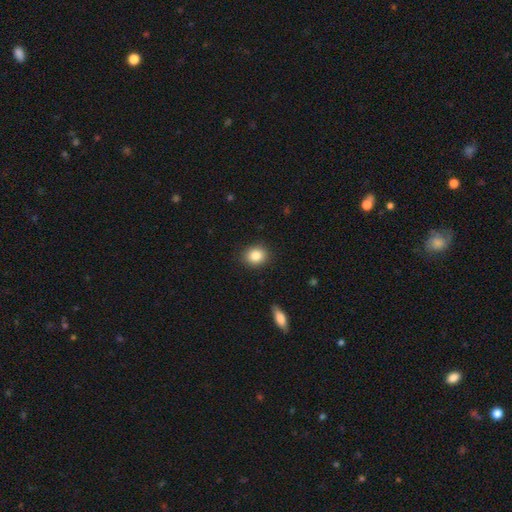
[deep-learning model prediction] The model was most divided on "how rounded": round: 72%, in between: 27%, cigar-shaped: 1%. More confident: merging — none (89%); smooth or featured — smooth (85%).